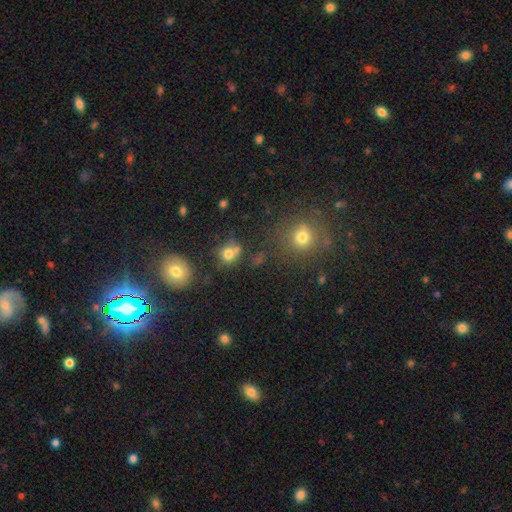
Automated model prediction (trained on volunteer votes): Overall: star or artifact (50%; smooth 43%).